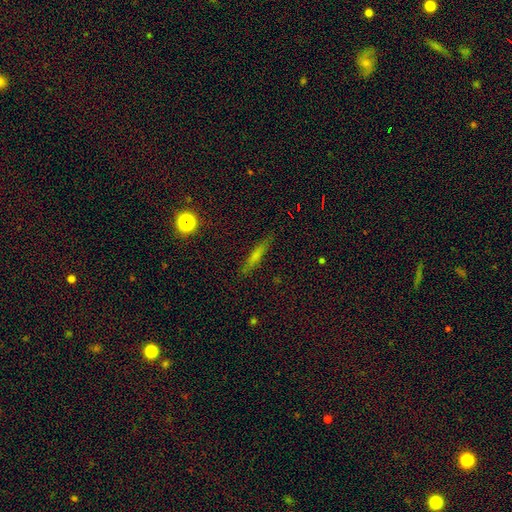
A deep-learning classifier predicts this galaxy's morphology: smooth 57%, featured or disk 30%, star or artifact 13%. Down the decision tree: how rounded — cigar-shaped (88%); merging — none (85%).